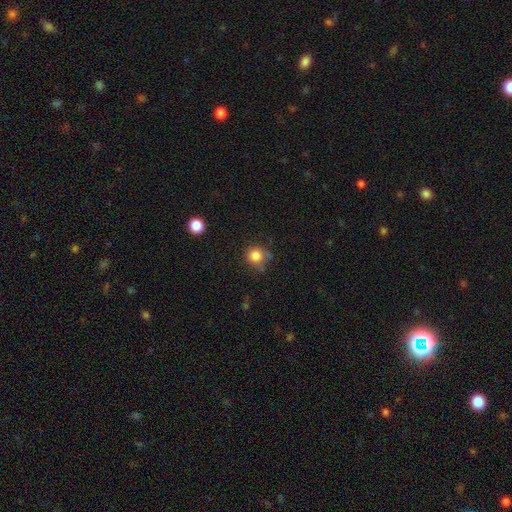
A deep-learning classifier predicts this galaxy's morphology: This is clearly a smooth galaxy (83%). How rounded: clearly round (91%). Merging: likely none (68%).